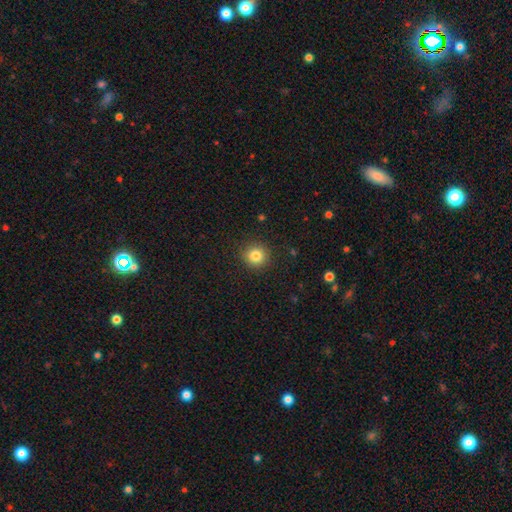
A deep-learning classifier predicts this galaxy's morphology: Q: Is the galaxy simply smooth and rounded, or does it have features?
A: smooth — 83%.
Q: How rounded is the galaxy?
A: round — 93%.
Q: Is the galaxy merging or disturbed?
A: none — 90%.